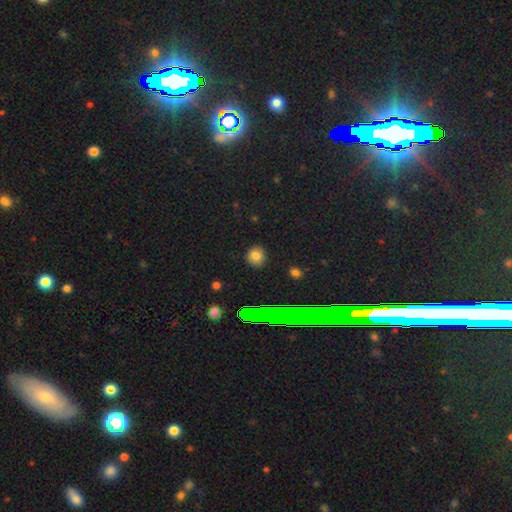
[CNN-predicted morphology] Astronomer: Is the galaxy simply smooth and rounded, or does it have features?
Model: smooth — 76%.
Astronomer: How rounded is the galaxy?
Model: round — 88%.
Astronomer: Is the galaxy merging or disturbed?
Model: none — 88%.